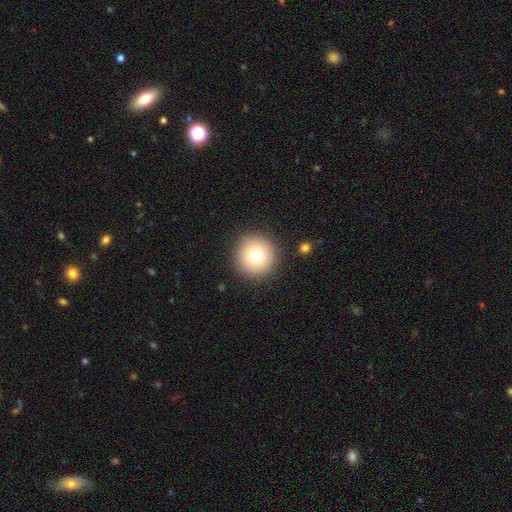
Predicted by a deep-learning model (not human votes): Q: Smooth or featured?
A: smooth (76%); runner-up: featured or disk (13%)
Q: How rounded?
A: round (96%); runner-up: in between (3%)
Q: Merging?
A: none (90%); runner-up: minor disturbance (6%)